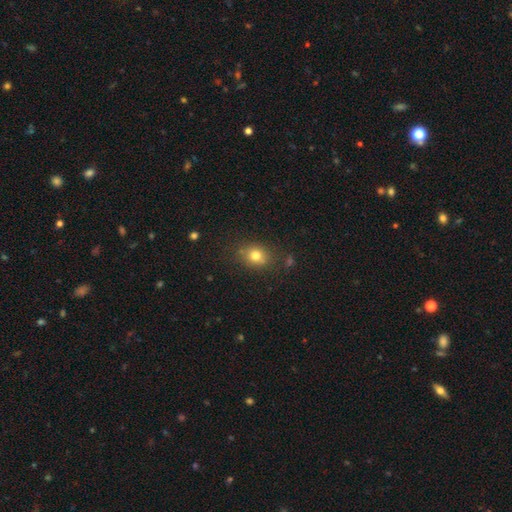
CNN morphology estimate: type=smooth (78%); roundness=round (63%); merging=none (77%).